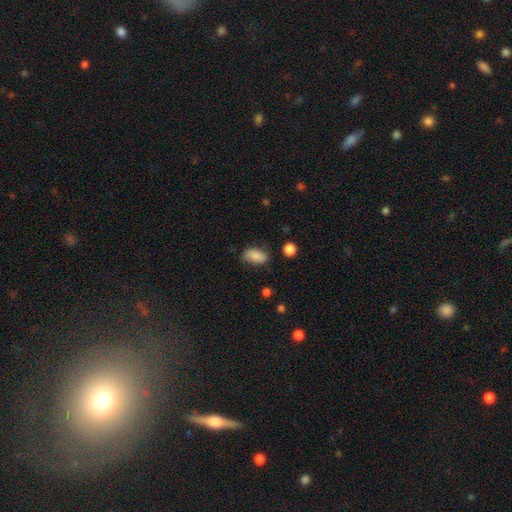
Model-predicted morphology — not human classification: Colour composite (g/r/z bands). It shows a smooth galaxy with no disk features (85%) that is in between round and cigar-shaped (92%). Merging: none (72%).